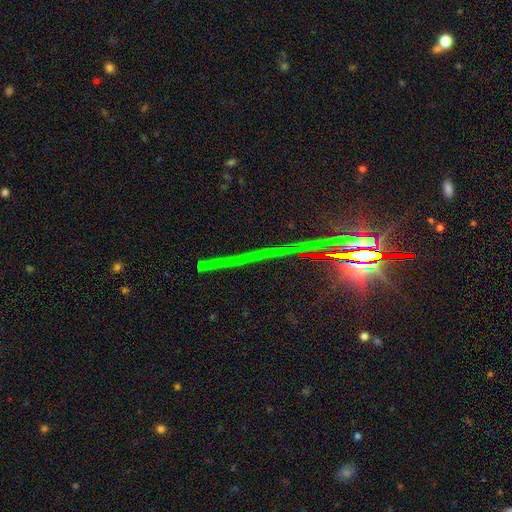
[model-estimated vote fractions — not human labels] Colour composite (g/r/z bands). It shows a star or artifact, not a galaxy (78%).